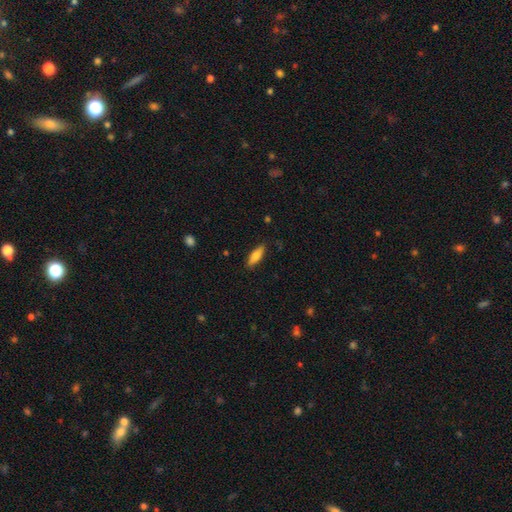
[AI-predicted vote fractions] Q: Smooth or featured?
A: smooth (72%); runner-up: featured or disk (22%)
Q: How rounded?
A: cigar-shaped (50%); runner-up: in between (48%)
Q: Merging?
A: none (85%); runner-up: minor disturbance (11%)